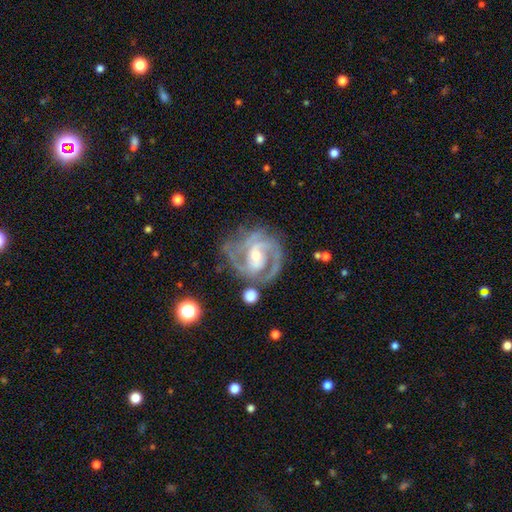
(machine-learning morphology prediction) featured or disk 91%, star or artifact 5%, smooth 4%. Down the decision tree: edge-on disk — no (98%); bar — weak (40%, tied with no); spiral arms — yes (97%); spiral arm count — 2 (55%); spiral winding — tight (50%); bulge size — small (51%); merging — none (65%).